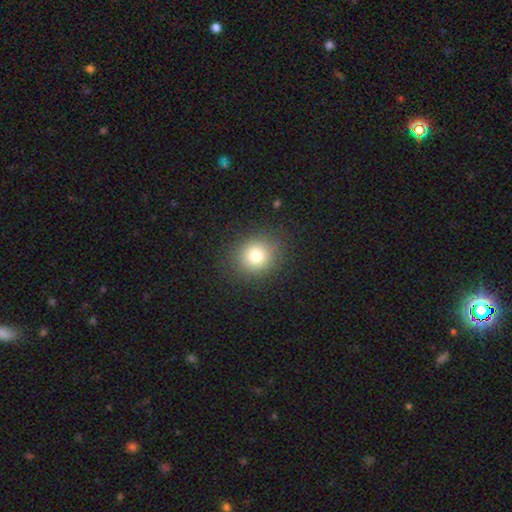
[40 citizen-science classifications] Smooth or featured: smooth — 88% (featured or disk — 8%)
How rounded: round — 89% (in between — 11%)
Merging: none — 87% (minor disturbance — 11%)